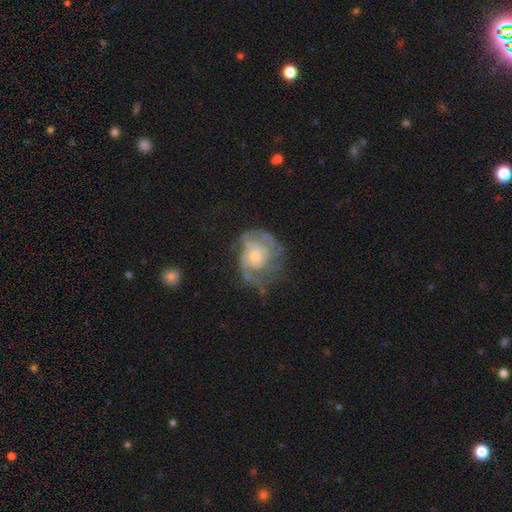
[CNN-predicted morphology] Smooth or featured: featured or disk — 77% (smooth — 16%)
Edge-on disk: no — 97% (yes — 3%)
Bar: no — 79% (weak — 18%)
Spiral arms: yes — 82% (no — 18%)
Spiral winding: tight — 50% (medium — 35%)
Spiral arm count: can't tell — 40% (2 — 27%)
Bulge size: small — 55% (moderate — 39%)
Merging: none — 48% (major disturbance — 26%)